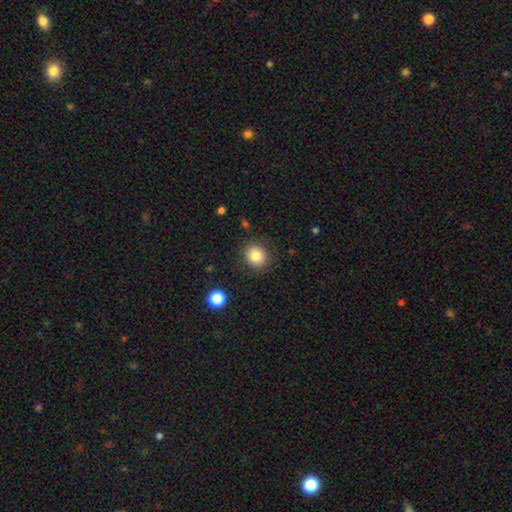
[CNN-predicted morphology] smooth 82%, star or artifact 10%, featured or disk 8%. Down the decision tree: how rounded — round (81%); merging — none (86%).